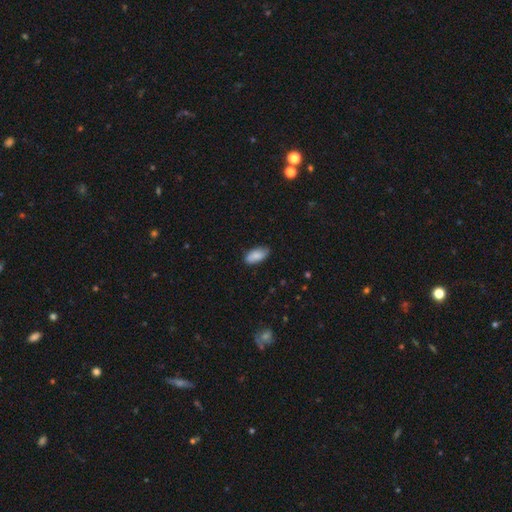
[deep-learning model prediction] smooth-or-featured: smooth: 87% | featured or disk: 7% | star or artifact: 6%
  how-rounded: in between: 91% | cigar-shaped: 7% | round: 2%
  merging: none: 80% | minor disturbance: 16% | major disturbance: 3% | merger: 1%